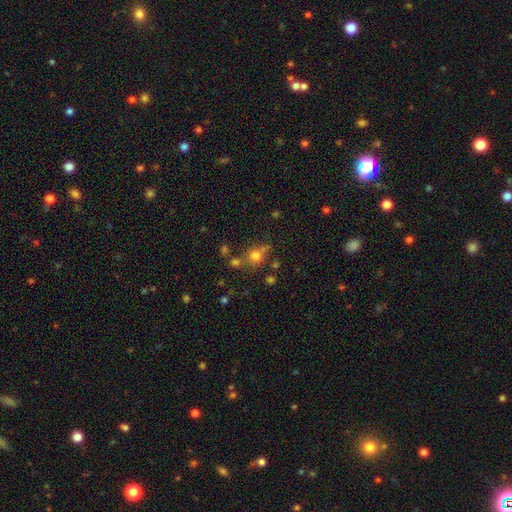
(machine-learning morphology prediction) A smooth galaxy with no disk features (69%) that is round (81%).

Vote fractions:
- Smooth or featured? smooth: 69% / star or artifact: 19% / featured or disk: 12%
- How rounded? round: 81% / in between: 17% / cigar-shaped: 2%
- Merging? none: 59% / merger: 20% / minor disturbance: 14% / major disturbance: 7%